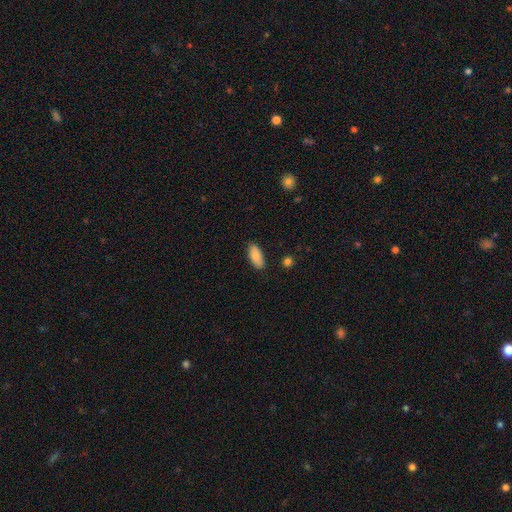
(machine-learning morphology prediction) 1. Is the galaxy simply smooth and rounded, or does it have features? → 87% smooth, 7% featured or disk, 6% star or artifact.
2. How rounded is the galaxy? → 88% in between, 10% cigar-shaped, 2% round.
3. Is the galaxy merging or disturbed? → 85% none, 11% minor disturbance, 2% major disturbance, 1% merger.